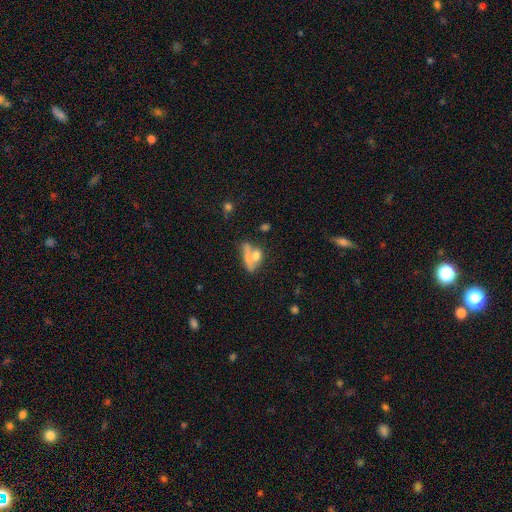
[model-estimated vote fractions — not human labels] Smooth or featured?
  - smooth: 65% *
  - featured or disk: 24%
  - star or artifact: 10%
How rounded?
  - in between: 58% *
  - cigar-shaped: 22%
  - round: 21%
Merging?
  - merger: 46% *
  - none: 31%
  - minor disturbance: 12%
  - major disturbance: 11%